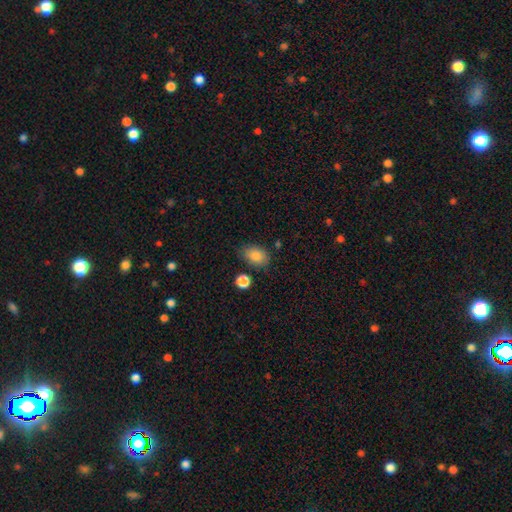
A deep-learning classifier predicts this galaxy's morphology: smooth-or-featured: smooth: 84% | star or artifact: 9% | featured or disk: 7%
  how-rounded: in between: 77% | round: 21% | cigar-shaped: 1%
  merging: none: 77% | minor disturbance: 16% | merger: 4% | major disturbance: 4%